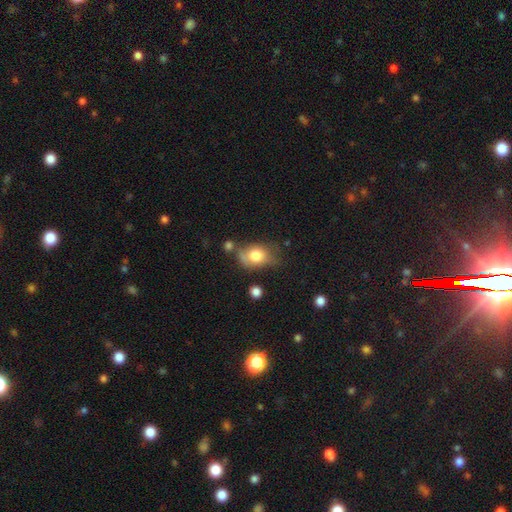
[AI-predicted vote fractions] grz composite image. It shows a smooth galaxy with no disk features (76%) that is in between round and cigar-shaped (69%). Merging: none (44%).